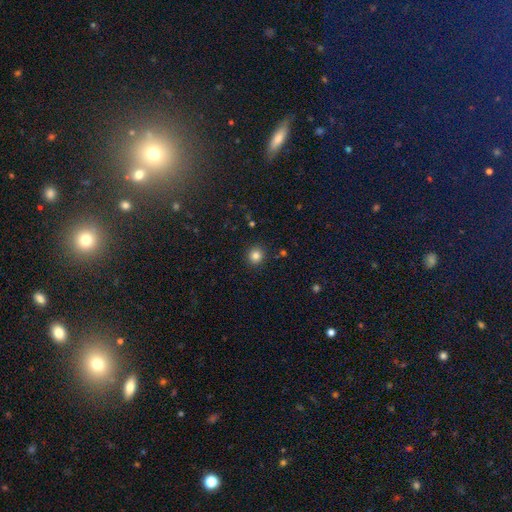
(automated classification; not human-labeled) Q: Smooth or featured?
A: smooth (82%); runner-up: star or artifact (12%)
Q: How rounded?
A: round (92%); runner-up: in between (7%)
Q: Merging?
A: none (91%); runner-up: minor disturbance (6%)